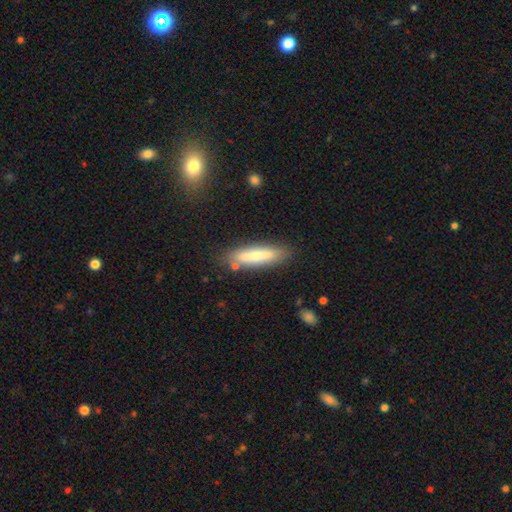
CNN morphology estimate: smooth 65%, featured or disk 28%, star or artifact 7%. Down the decision tree: how rounded — cigar-shaped (76%); merging — none (80%).